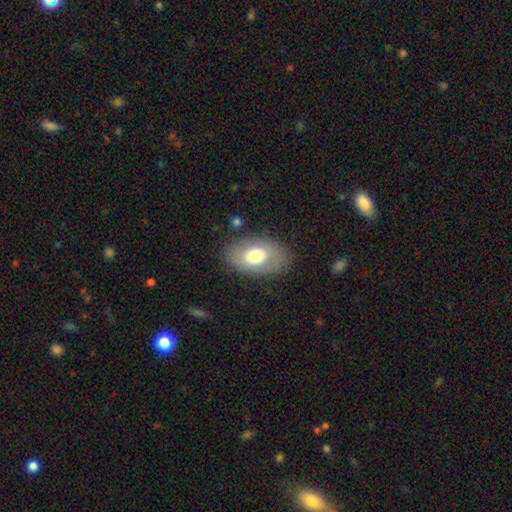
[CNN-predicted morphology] The model was most divided on "smooth or featured": smooth: 63%, featured or disk: 29%, star or artifact: 7%. More confident: how rounded — in between (90%); merging — none (79%).